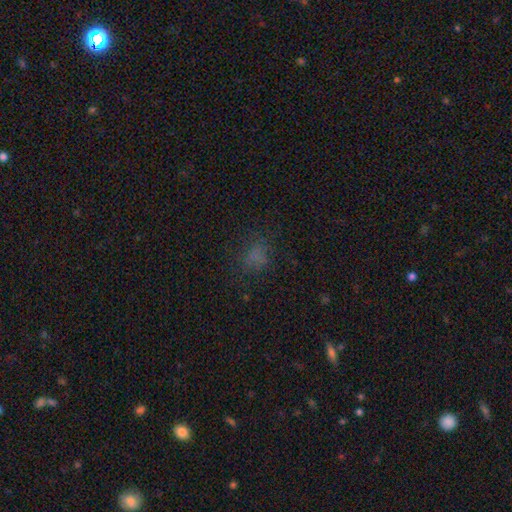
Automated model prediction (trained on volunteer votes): Smooth or featured: smooth — 66% (star or artifact — 25%)
How rounded: round — 51% (in between — 47%)
Merging: none — 72% (minor disturbance — 16%)